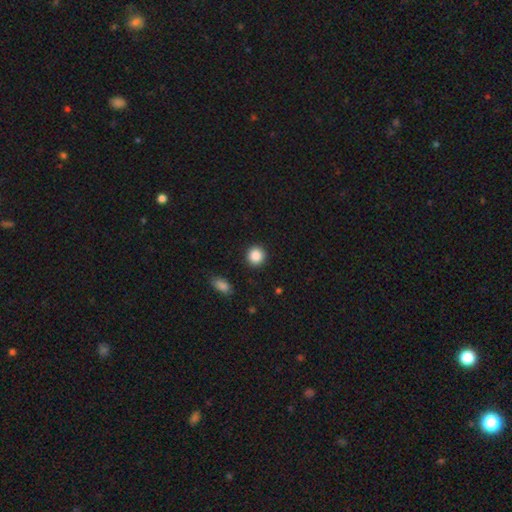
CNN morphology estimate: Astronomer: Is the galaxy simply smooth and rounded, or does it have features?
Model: smooth — 88%.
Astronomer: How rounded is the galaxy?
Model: round — 92%.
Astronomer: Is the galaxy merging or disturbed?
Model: none — 91%.